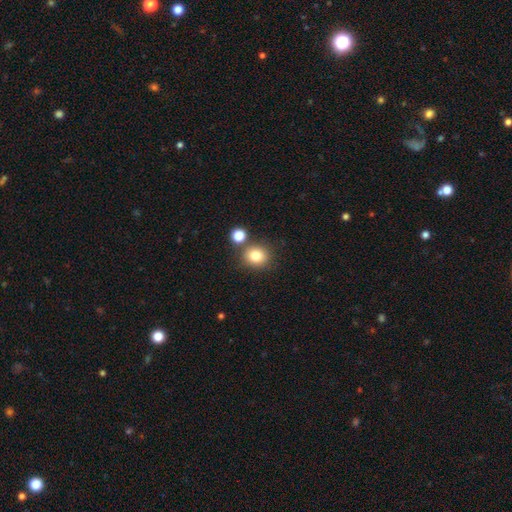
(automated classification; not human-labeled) Q: Smooth or featured?
A: smooth (81%); runner-up: star or artifact (12%)
Q: How rounded?
A: round (82%); runner-up: in between (17%)
Q: Merging?
A: none (74%); runner-up: merger (13%)